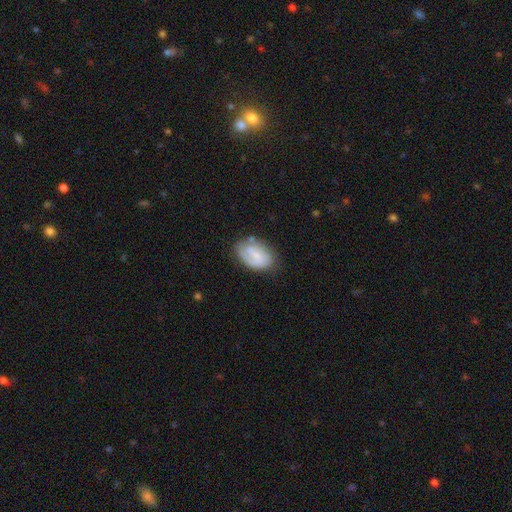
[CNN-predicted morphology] A featured or disk galaxy (53%) with a weak bar (50%), spiral arms (76%) and a small central bulge (56%). Merging: none (66%).